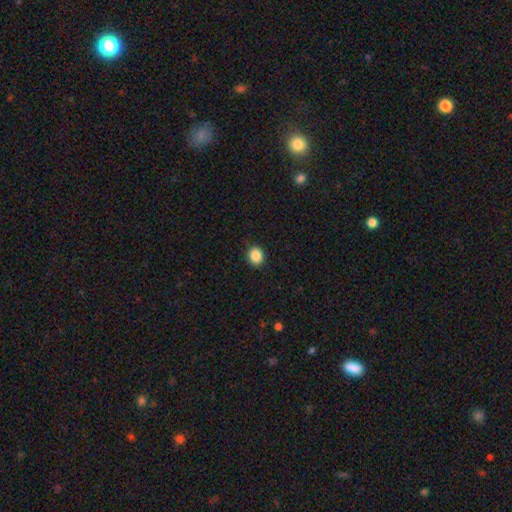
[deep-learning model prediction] The model was most divided on "how rounded": round: 73%, in between: 26%, cigar-shaped: 1%. More confident: merging — none (91%); smooth or featured — smooth (88%).